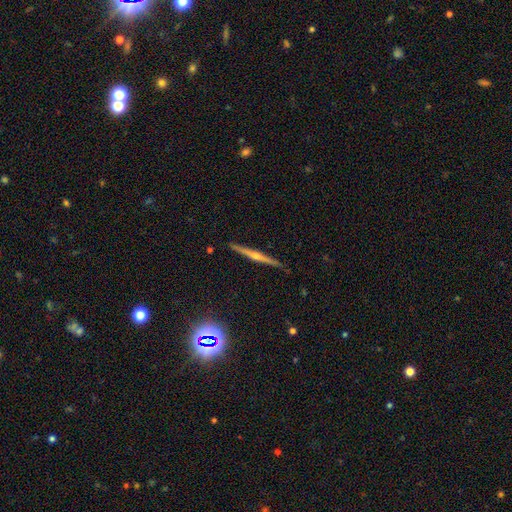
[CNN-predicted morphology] The model was most divided on "smooth or featured": featured or disk: 77%, smooth: 15%, star or artifact: 8%. More confident: edge-on disk — yes (98%); merging — none (91%); edge-on bulge — rounded (85%).